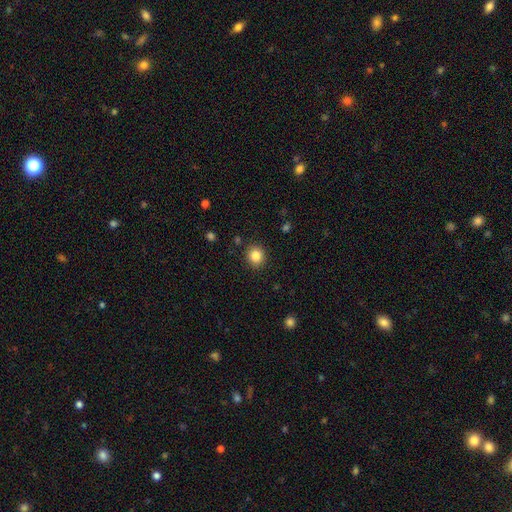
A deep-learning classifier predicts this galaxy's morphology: Overall: smooth (85%). How rounded: round (84%). Merging: none (89%).